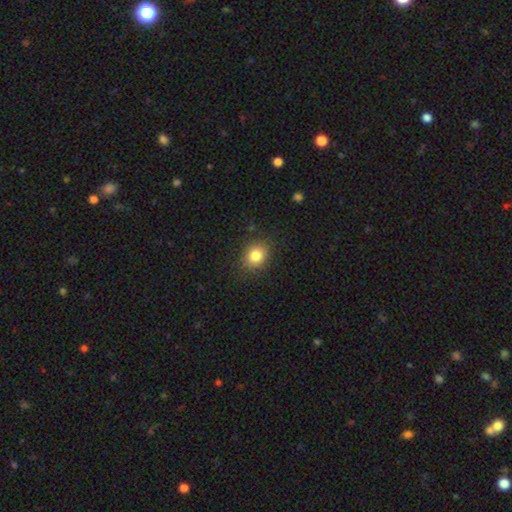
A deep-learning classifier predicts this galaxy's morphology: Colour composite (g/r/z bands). It shows a smooth galaxy with no disk features (82%) that is round (63%). Merging: none (86%).